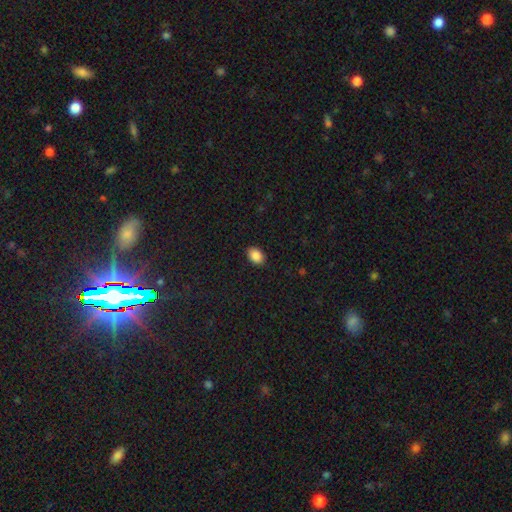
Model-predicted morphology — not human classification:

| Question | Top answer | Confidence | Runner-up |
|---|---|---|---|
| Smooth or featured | smooth | 88% | star or artifact (8%) |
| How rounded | in between | 81% | round (18%) |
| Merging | none | 89% | minor disturbance (8%) |